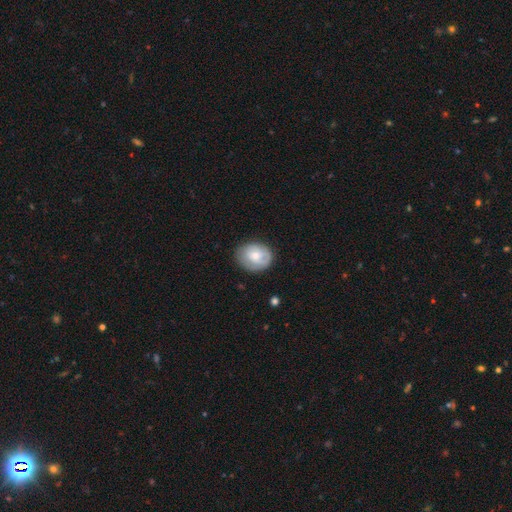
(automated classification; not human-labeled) Smooth or featured? smooth (59%)
How rounded? round (51%)
Merging? none (73%)